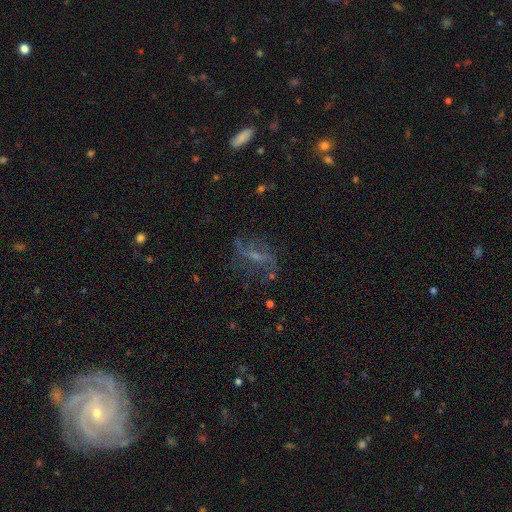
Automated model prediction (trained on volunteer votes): smooth_or_featured: featured or disk (p=0.60) [alt: smooth p=0.23]
disk_edge_on: no (p=0.88) [alt: yes p=0.12]
bar: weak (p=0.42) [alt: no p=0.37]
has_spiral_arms: yes (p=0.65) [alt: no p=0.35]
bulge_size: small (p=0.56) [alt: moderate p=0.24]
merging: none (p=0.60) [alt: minor disturbance p=0.19]